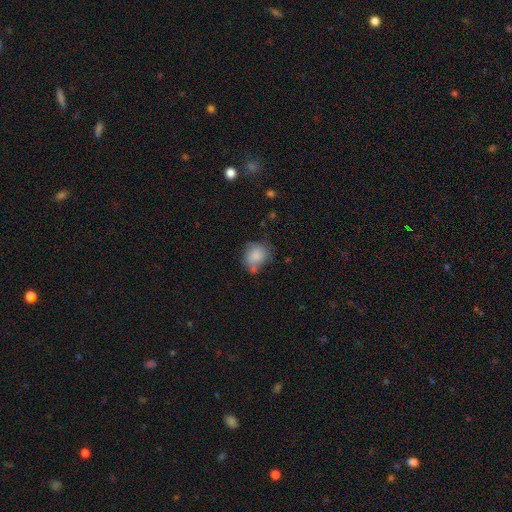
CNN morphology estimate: Q: Smooth or featured?
A: smooth (80%); runner-up: featured or disk (12%)
Q: How rounded?
A: round (65%); runner-up: in between (34%)
Q: Merging?
A: none (49%); runner-up: minor disturbance (29%)